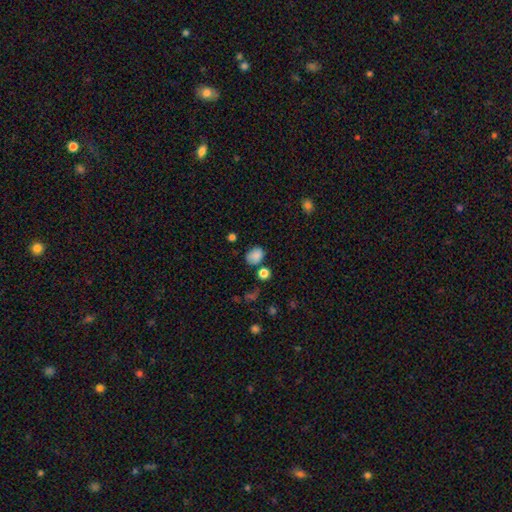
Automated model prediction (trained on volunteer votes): Q: Smooth or featured?
A: smooth (83%); runner-up: star or artifact (11%)
Q: How rounded?
A: in between (59%); runner-up: round (40%)
Q: Merging?
A: none (65%); runner-up: minor disturbance (20%)